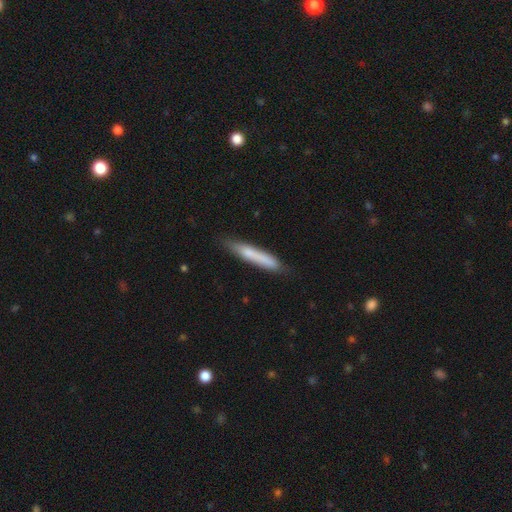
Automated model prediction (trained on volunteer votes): smooth_or_featured: smooth (p=0.70) [alt: featured or disk p=0.23]
how_rounded: cigar-shaped (p=0.93) [alt: in between p=0.05]
merging: none (p=0.79) [alt: minor disturbance p=0.16]